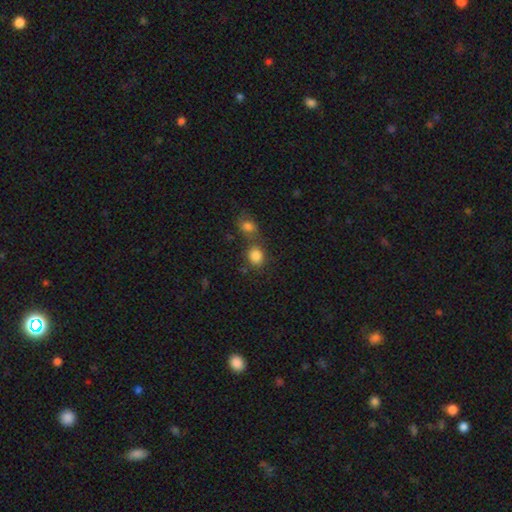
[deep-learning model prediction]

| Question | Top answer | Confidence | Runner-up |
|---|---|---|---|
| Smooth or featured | smooth | 84% | star or artifact (11%) |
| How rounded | round | 67% | in between (32%) |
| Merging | none | 58% | merger (27%) |